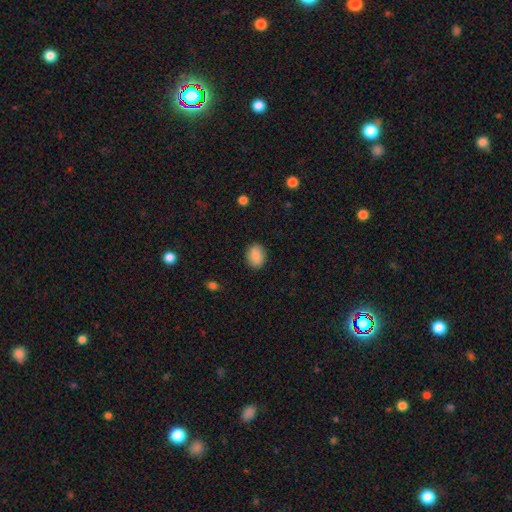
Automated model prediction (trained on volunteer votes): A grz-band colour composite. It shows a smooth galaxy with no disk features (88%) that is in between round and cigar-shaped (68%). Merging: none (88%).